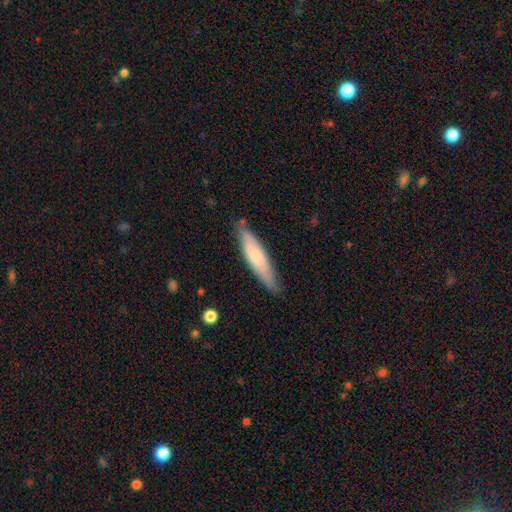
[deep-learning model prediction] Smooth or featured? Predicted: smooth (p=0.63). How rounded? Predicted: cigar-shaped (p=0.79). Merging? Predicted: none (p=0.79).